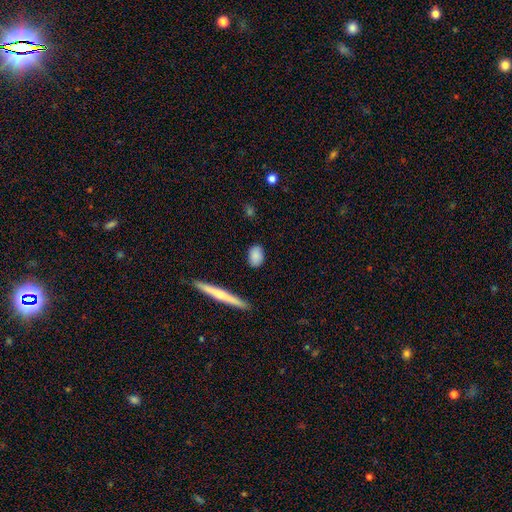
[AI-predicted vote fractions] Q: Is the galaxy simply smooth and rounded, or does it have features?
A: smooth — 85%.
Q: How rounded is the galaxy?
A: in between — 82%.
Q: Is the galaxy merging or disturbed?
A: none — 85%.